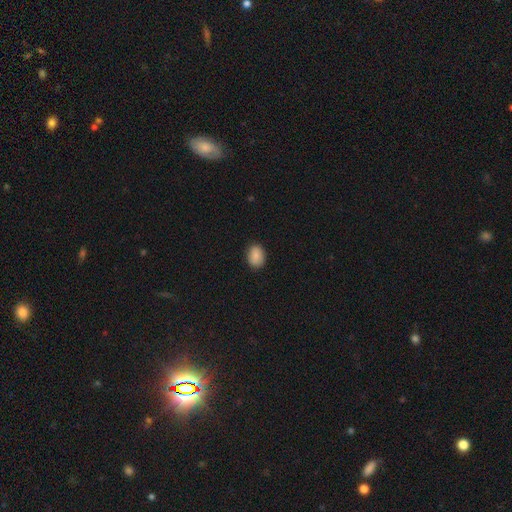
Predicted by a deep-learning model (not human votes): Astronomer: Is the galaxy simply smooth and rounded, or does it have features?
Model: smooth — 87%.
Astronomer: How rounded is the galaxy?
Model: in between — 69%.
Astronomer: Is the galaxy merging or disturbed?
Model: none — 88%.